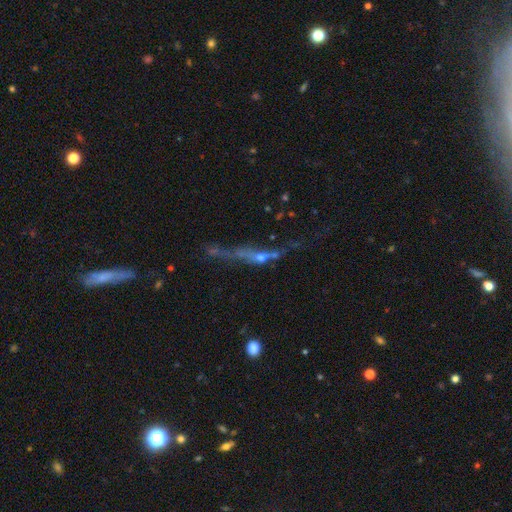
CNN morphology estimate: Overall: featured or disk (55%; star or artifact 26%). Edge-on disk: yes (66%; no 34%). Merging: none (45%; major disturbance 24%).